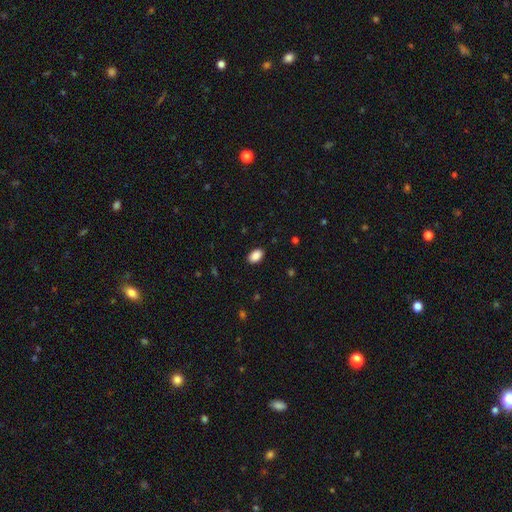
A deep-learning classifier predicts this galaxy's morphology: Smooth or featured? smooth (89%)
How rounded? in between (90%)
Merging? none (89%)